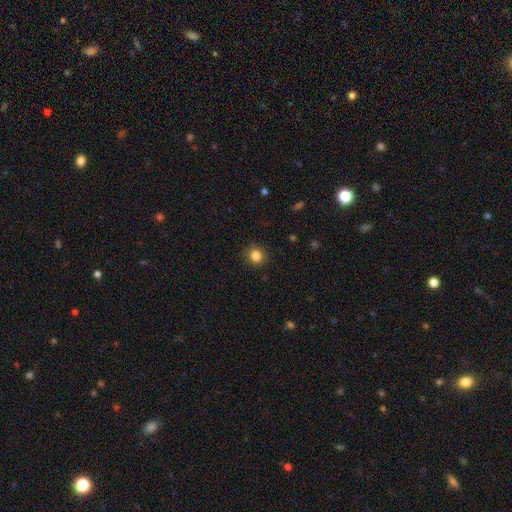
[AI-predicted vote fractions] Smooth or featured? Predicted: smooth (p=0.84). How rounded? Predicted: round (p=0.84). Merging? Predicted: none (p=0.89).